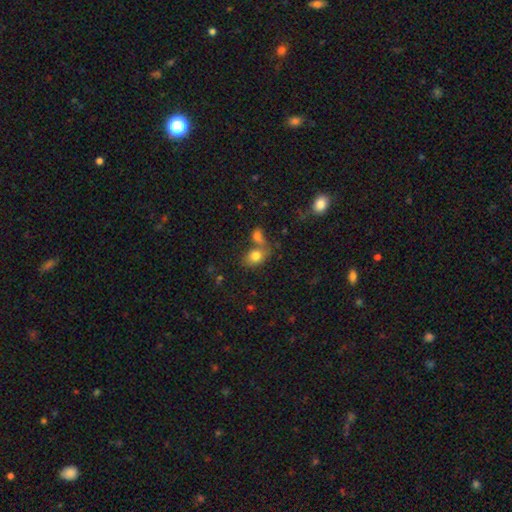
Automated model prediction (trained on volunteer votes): Smooth or featured: smooth — 79% (featured or disk — 11%)
How rounded: in between — 68% (round — 31%)
Merging: none — 45% (merger — 37%)